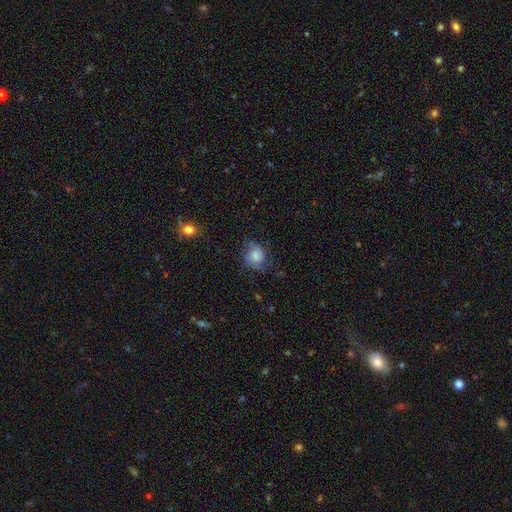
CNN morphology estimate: Smooth or featured: featured or disk — 46% (smooth — 45%)
Merging: none — 58% (minor disturbance — 25%)